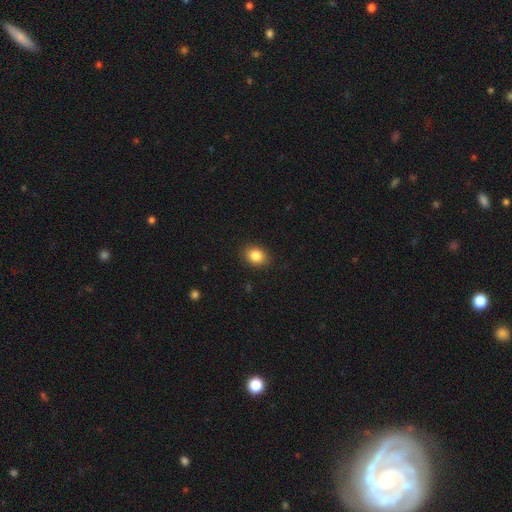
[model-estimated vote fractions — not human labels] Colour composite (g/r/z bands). It shows a smooth galaxy with no disk features (85%) that is in between round and cigar-shaped (53%). Merging: none (89%).